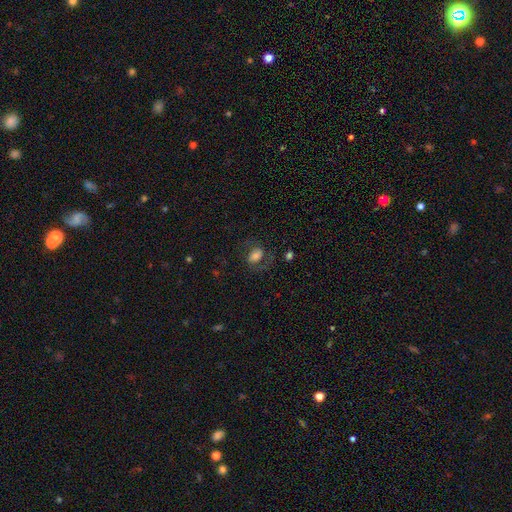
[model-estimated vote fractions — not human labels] Smooth or featured?
  - smooth: 55% *
  - featured or disk: 35%
  - star or artifact: 10%
How rounded?
  - in between: 76% *
  - round: 22%
  - cigar-shaped: 2%
Merging?
  - none: 61% *
  - major disturbance: 20%
  - minor disturbance: 17%
  - merger: 2%